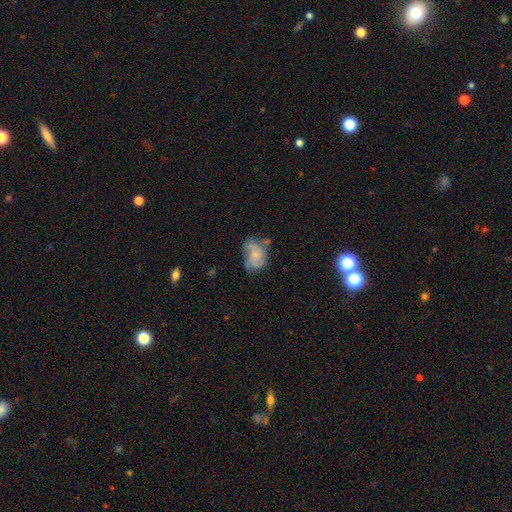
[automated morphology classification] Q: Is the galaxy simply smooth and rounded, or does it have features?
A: featured or disk — 57%.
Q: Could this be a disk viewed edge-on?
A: no — 97%.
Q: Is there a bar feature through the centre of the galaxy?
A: no — 71%.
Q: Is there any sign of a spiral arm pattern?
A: yes — 82%.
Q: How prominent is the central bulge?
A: small — 46%.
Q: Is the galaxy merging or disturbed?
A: none — 46%.